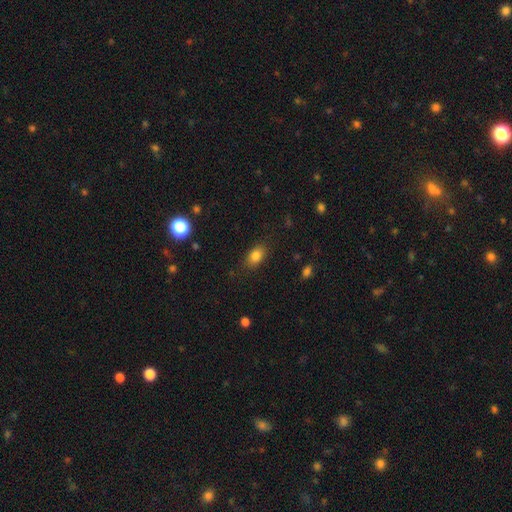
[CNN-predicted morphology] The model was most divided on "how rounded": in between: 82%, round: 15%, cigar-shaped: 3%. More confident: smooth or featured — smooth (83%); merging — none (82%).